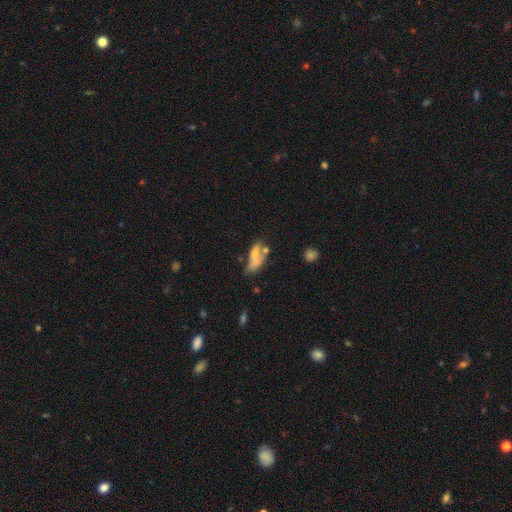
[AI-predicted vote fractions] smooth-or-featured: smooth: 57% | featured or disk: 34% | star or artifact: 9%
  how-rounded: in between: 77% | cigar-shaped: 18% | round: 5%
  merging: merger: 33% | none: 26% | minor disturbance: 21% | major disturbance: 19%